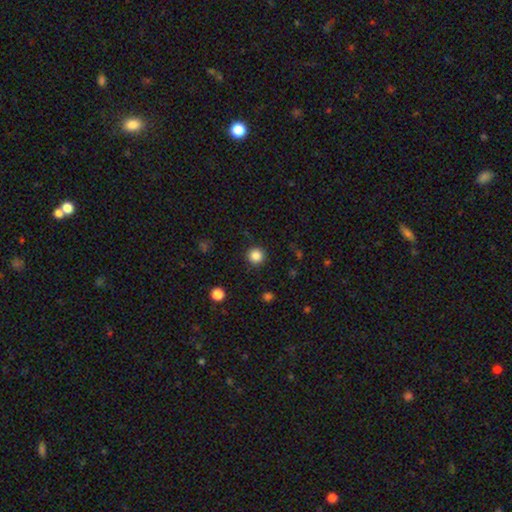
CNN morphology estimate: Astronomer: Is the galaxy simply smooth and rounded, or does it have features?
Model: smooth — 85%.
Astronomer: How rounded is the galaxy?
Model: round — 96%.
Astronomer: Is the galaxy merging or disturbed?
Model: none — 91%.